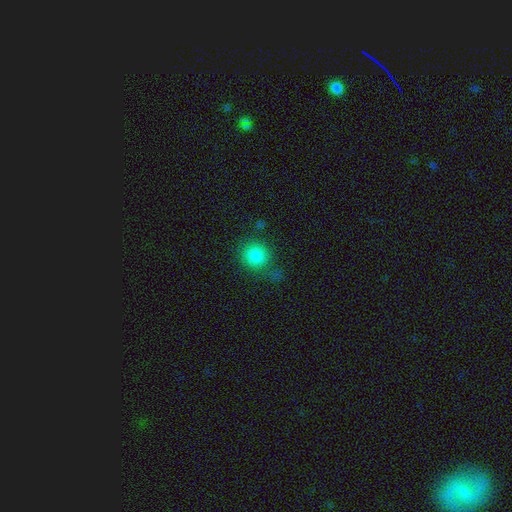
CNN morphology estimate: A smooth galaxy with no disk features (84%) that is round (86%). Merging: none (65%).